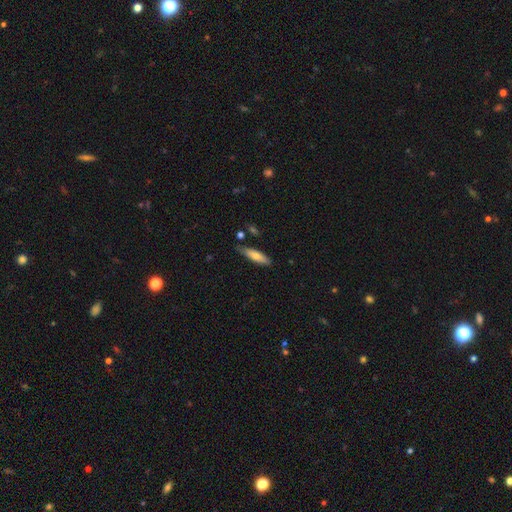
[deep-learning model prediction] A smooth galaxy with no disk features (65%) that is cigar-shaped (69%).

Vote fractions:
- Smooth or featured? smooth: 65% / featured or disk: 29% / star or artifact: 6%
- How rounded? cigar-shaped: 69% / in between: 29% / round: 2%
- Merging? none: 77% / minor disturbance: 17% / merger: 3% / major disturbance: 3%